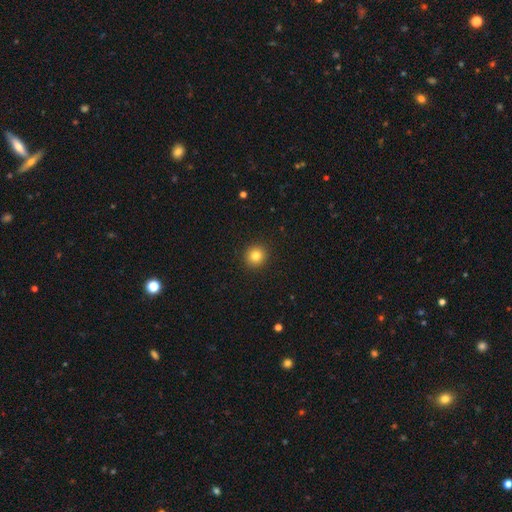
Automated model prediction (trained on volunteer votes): Smooth or featured?
  - smooth: 83% *
  - star or artifact: 11%
  - featured or disk: 6%
How rounded?
  - round: 93% *
  - in between: 6%
  - cigar-shaped: 1%
Merging?
  - none: 92% *
  - minor disturbance: 5%
  - major disturbance: 2%
  - merger: 1%